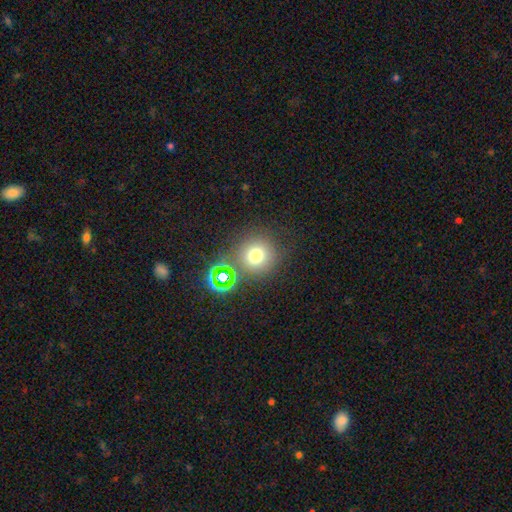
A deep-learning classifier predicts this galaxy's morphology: Smooth or featured? smooth (72%)
How rounded? round (91%)
Merging? none (72%)